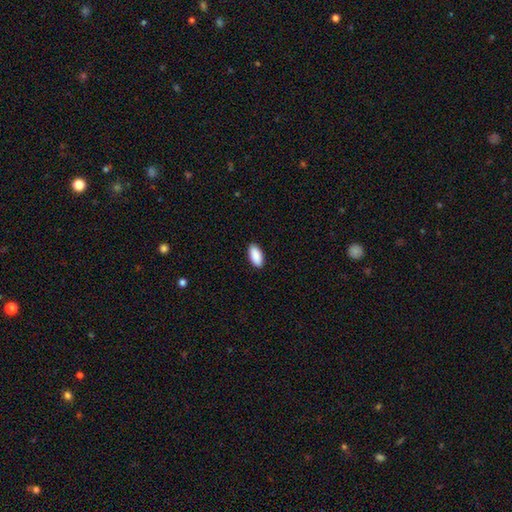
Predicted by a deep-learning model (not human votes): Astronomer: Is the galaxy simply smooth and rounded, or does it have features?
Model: smooth — 91%.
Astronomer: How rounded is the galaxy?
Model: in between — 93%.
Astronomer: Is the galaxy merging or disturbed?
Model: none — 90%.